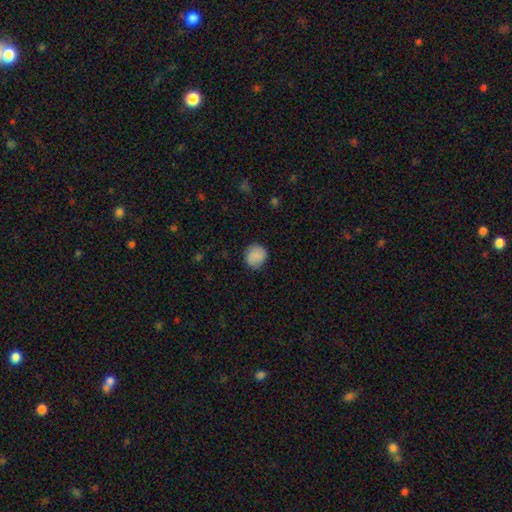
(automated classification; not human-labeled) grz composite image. It shows a smooth galaxy with no disk features (85%) that is round (87%). Merging: none (83%).